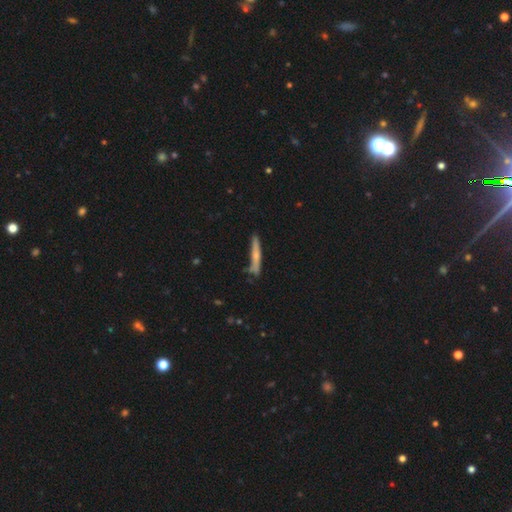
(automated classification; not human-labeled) A smooth galaxy with no disk features (53%) that is cigar-shaped (94%). Merging: none (74%).